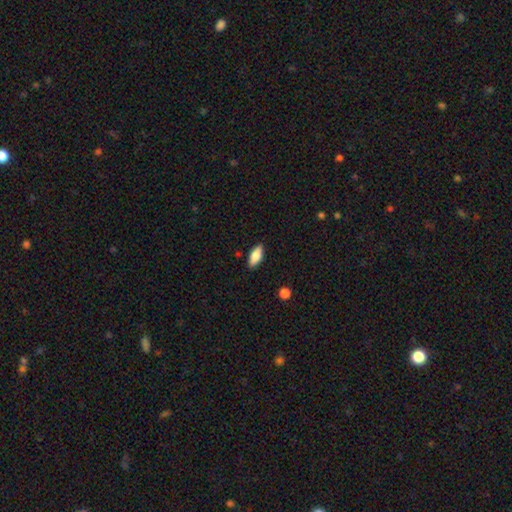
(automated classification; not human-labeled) A smooth galaxy with no disk features (81%) that is in between round and cigar-shaped (81%).

Vote fractions:
- Smooth or featured? smooth: 81% / featured or disk: 12% / star or artifact: 7%
- How rounded? in between: 81% / cigar-shaped: 17% / round: 2%
- Merging? none: 87% / minor disturbance: 10% / major disturbance: 2% / merger: 1%